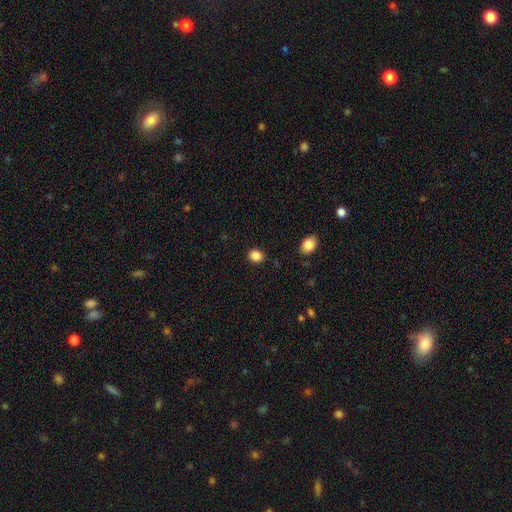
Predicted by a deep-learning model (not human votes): This appears to be a smooth galaxy with no disk features (86%) that is round (58%). Merging: none (88%).